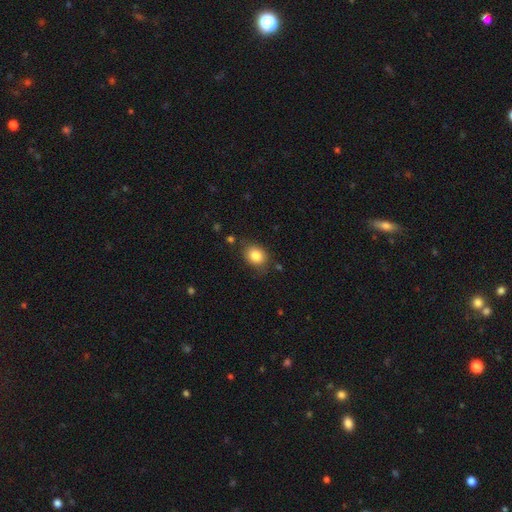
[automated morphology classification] This is clearly a smooth galaxy (84%). How rounded: possibly in between (53%). Merging: likely none (76%).